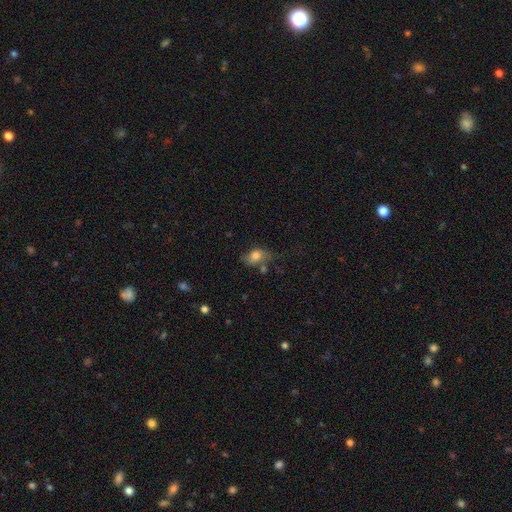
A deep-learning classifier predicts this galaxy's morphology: The model was most divided on "merging": none: 49%, minor disturbance: 29%, major disturbance: 12%, merger: 11%. More confident: how rounded — in between (83%); smooth or featured — smooth (75%).